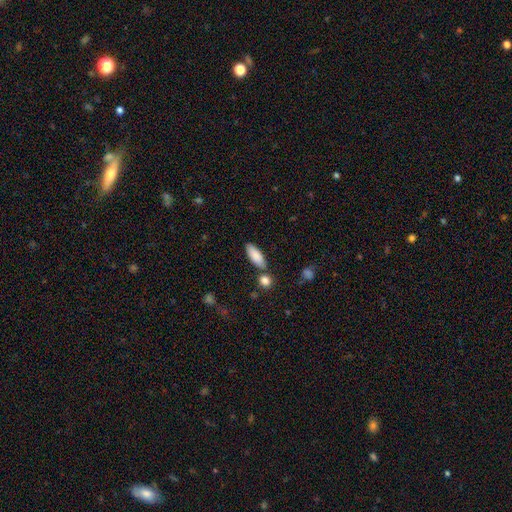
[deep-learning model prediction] This appears to be a smooth galaxy with no disk features (86%) that is in between round and cigar-shaped (73%). Merging: none (76%).